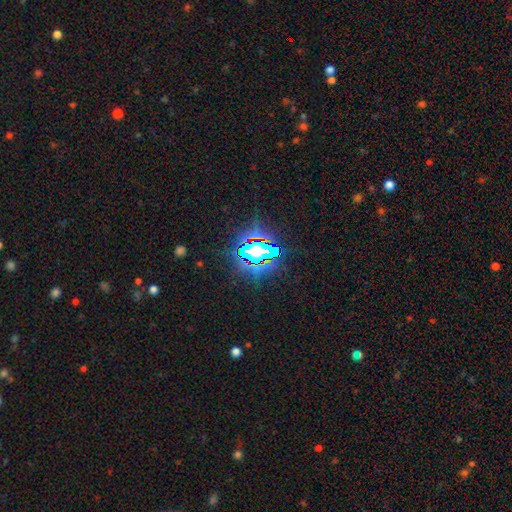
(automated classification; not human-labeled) Smooth or featured: star or artifact — 68% (smooth — 19%)